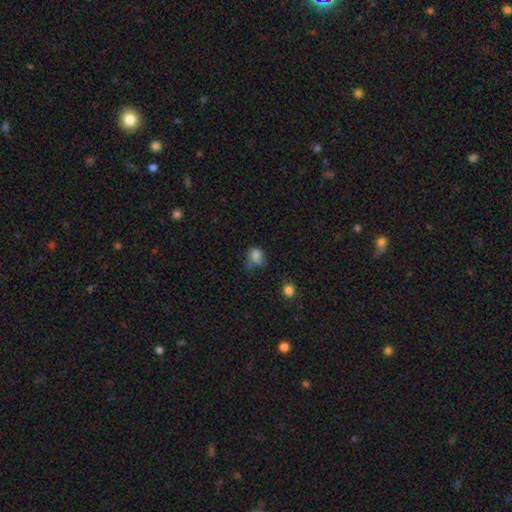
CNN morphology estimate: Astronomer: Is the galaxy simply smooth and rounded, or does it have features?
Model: smooth — 77%.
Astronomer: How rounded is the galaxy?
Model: in between — 53% (runner-up: round, 46%).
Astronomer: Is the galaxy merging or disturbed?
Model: none — 44% (runner-up: minor disturbance, 33%).